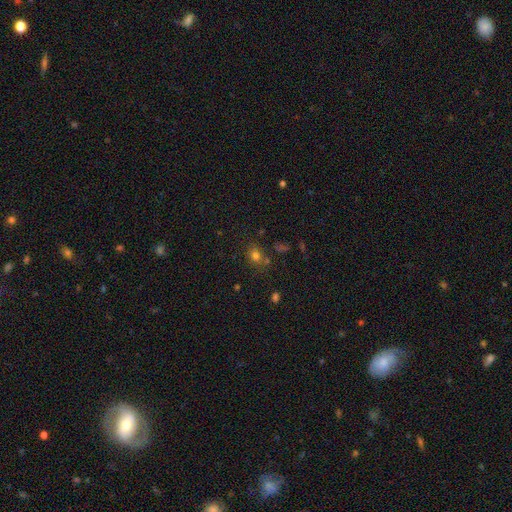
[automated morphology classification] Q: Smooth or featured?
A: smooth (71%); runner-up: star or artifact (21%)
Q: How rounded?
A: round (59%); runner-up: in between (40%)
Q: Merging?
A: none (69%); runner-up: minor disturbance (15%)